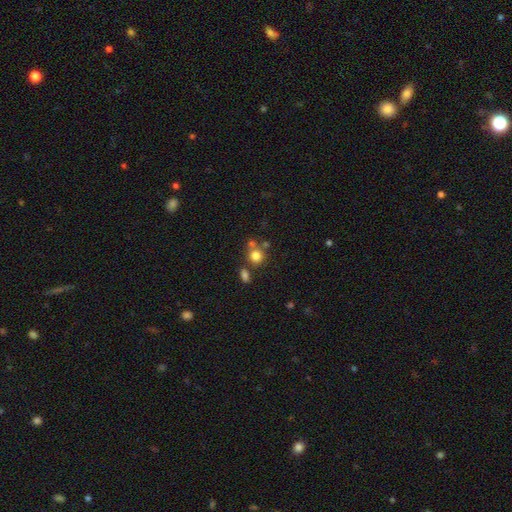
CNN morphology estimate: smooth 77%, star or artifact 13%, featured or disk 9%. Down the decision tree: how rounded — round (84%); merging — none (60%).